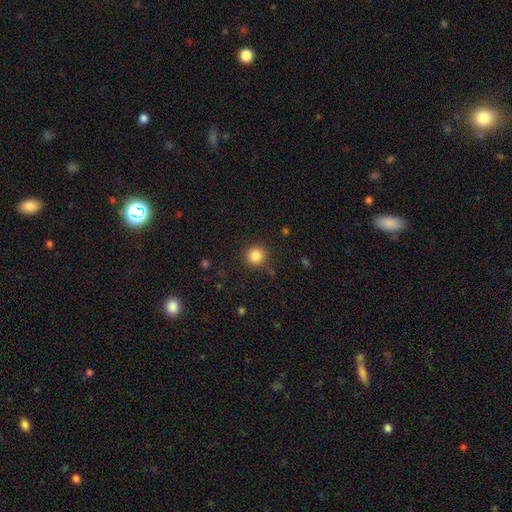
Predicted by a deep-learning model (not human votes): Morphology: type=smooth (84%); roundness=round (93%); merging=none (87%).